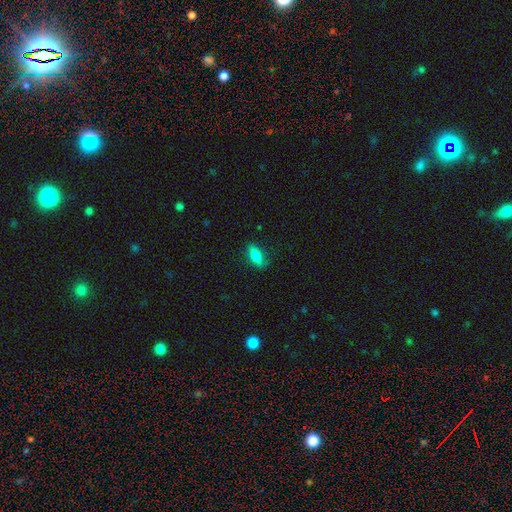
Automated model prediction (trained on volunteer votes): Overall: smooth (72%). How rounded: in between (66%; cigar-shaped 31%). Merging: none (81%).